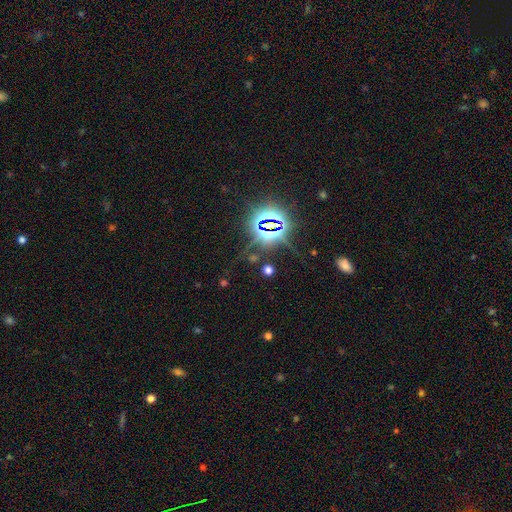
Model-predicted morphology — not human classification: smooth-or-featured: star or artifact: 80% | smooth: 12% | featured or disk: 8%